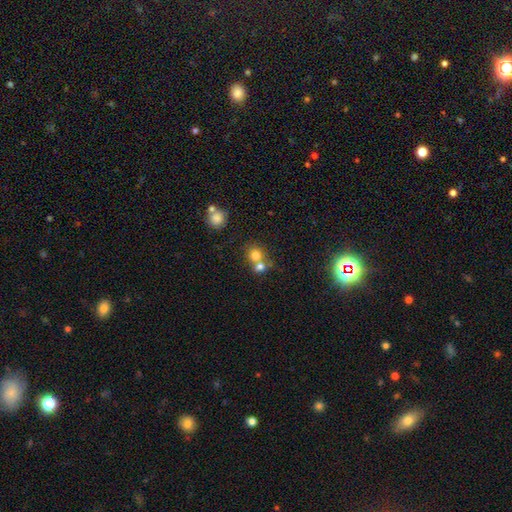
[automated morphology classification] This is likely a smooth galaxy (74%). How rounded: likely round (80%). Merging: possibly merger (49%).